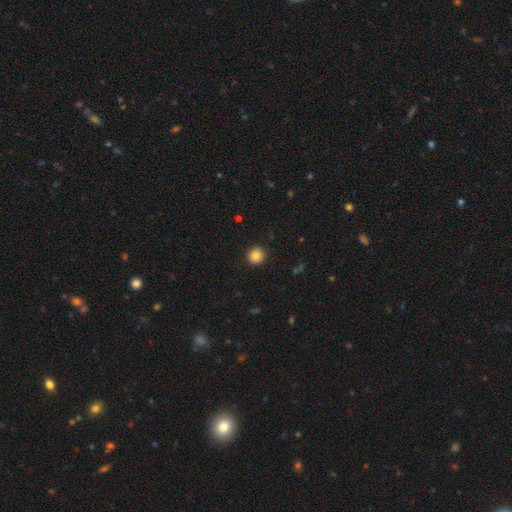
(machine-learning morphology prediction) type=smooth (84%); roundness=round (94%); merging=none (92%).